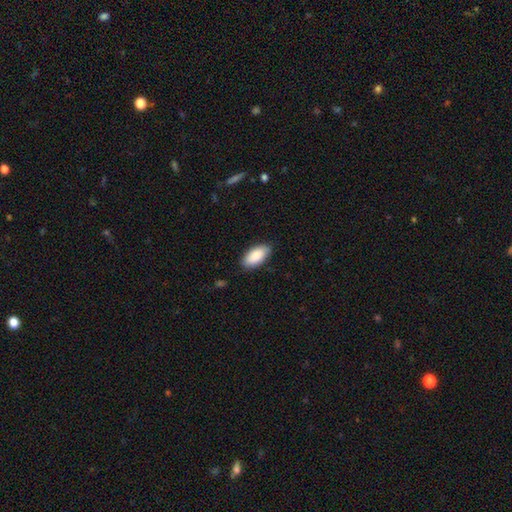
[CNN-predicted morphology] Smooth or featured? Predicted: smooth (p=0.88). How rounded? Predicted: in between (p=0.94). Merging? Predicted: none (p=0.84).